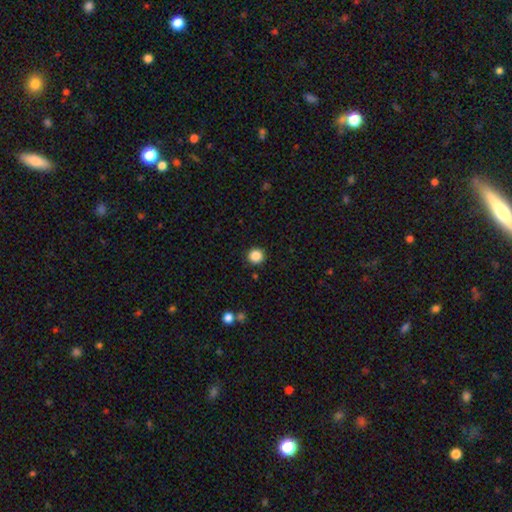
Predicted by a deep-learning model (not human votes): Overall: smooth (87%). How rounded: round (94%). Merging: none (92%).